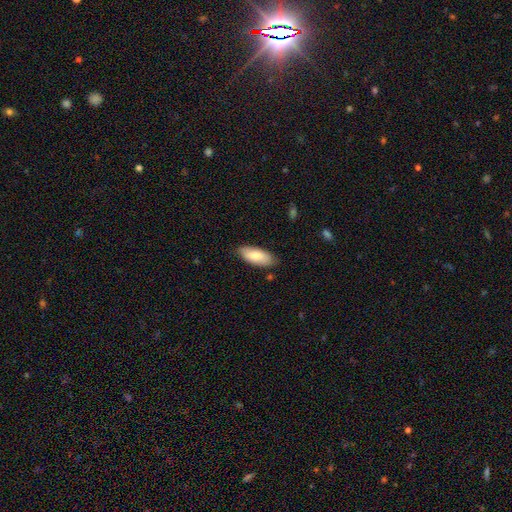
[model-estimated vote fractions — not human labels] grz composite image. It shows a smooth galaxy with no disk features (79%) that is in between round and cigar-shaped (84%). Merging: none (81%).